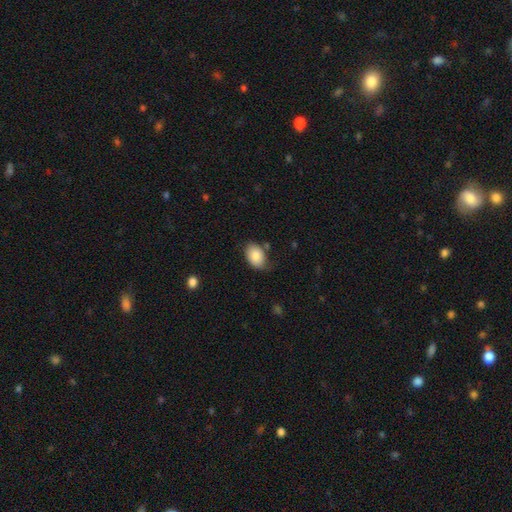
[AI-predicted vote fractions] Smooth or featured?
  - smooth: 84% *
  - featured or disk: 9%
  - star or artifact: 7%
How rounded?
  - in between: 82% *
  - round: 17%
  - cigar-shaped: 1%
Merging?
  - none: 71% *
  - minor disturbance: 21%
  - major disturbance: 5%
  - merger: 3%